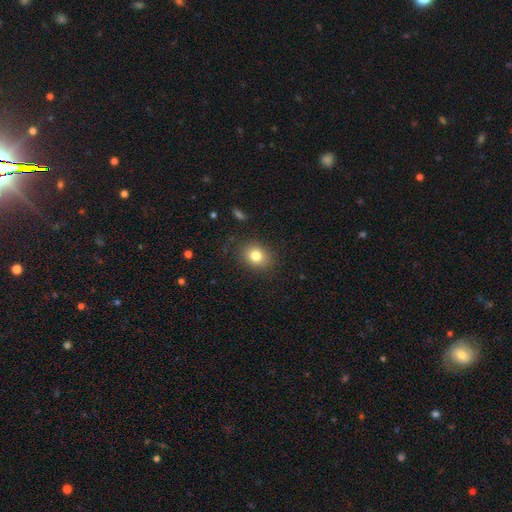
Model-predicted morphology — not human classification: Smooth or featured: smooth — 80% (star or artifact — 11%)
How rounded: round — 60% (in between — 39%)
Merging: none — 84% (minor disturbance — 11%)